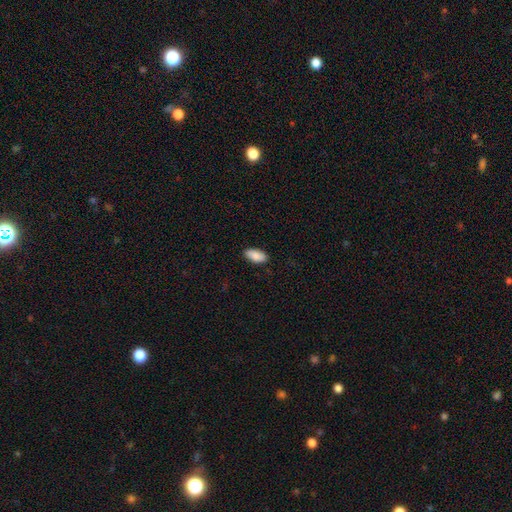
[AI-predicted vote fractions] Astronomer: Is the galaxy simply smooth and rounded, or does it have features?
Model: smooth — 88%.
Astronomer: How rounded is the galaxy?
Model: in between — 92%.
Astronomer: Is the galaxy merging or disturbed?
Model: none — 87%.